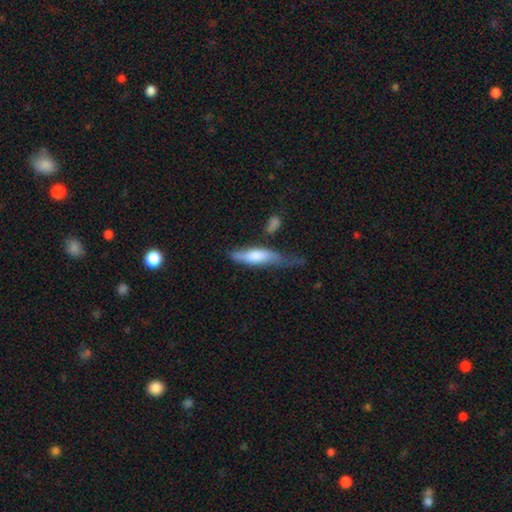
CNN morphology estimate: smooth 57%, featured or disk 36%, star or artifact 6%. Down the decision tree: how rounded — cigar-shaped (61%); merging — none (35%).